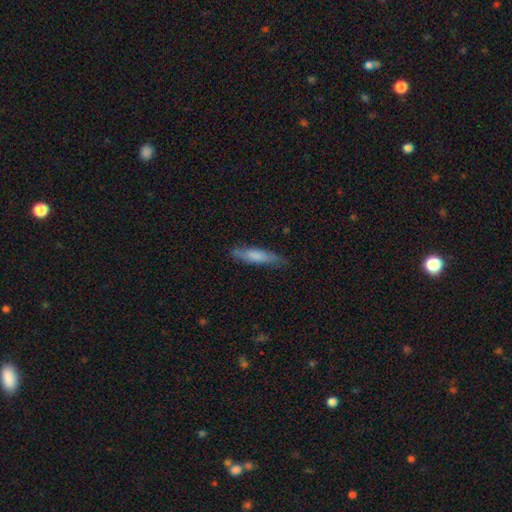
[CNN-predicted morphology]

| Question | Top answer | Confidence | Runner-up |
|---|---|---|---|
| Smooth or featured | smooth | 71% | featured or disk (23%) |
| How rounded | cigar-shaped | 80% | in between (18%) |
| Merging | none | 78% | minor disturbance (17%) |